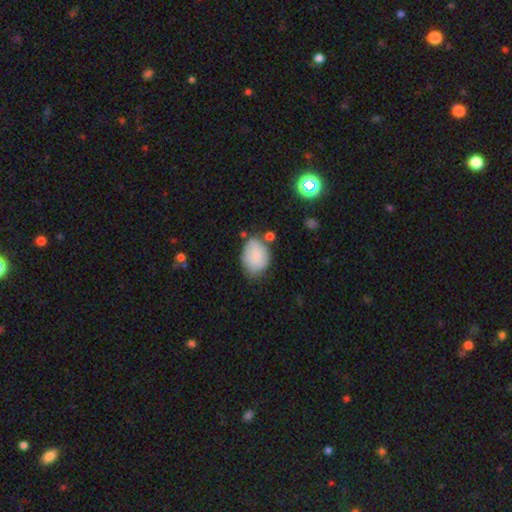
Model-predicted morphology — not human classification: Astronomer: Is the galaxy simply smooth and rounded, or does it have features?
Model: smooth — 75%.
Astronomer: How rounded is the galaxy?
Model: in between — 70%.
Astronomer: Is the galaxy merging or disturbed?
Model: none — 56%.